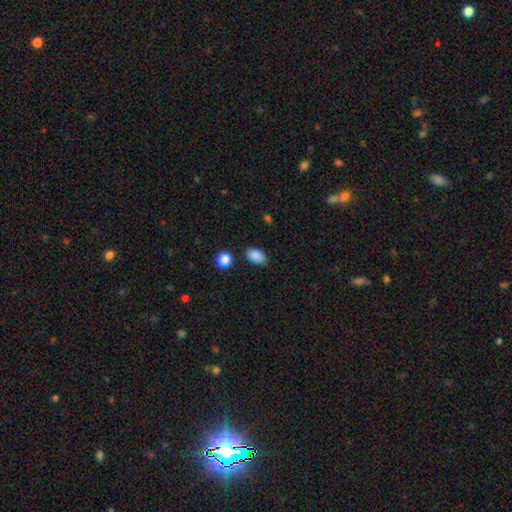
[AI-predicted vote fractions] Smooth or featured?
  - smooth: 87% *
  - star or artifact: 9%
  - featured or disk: 4%
How rounded?
  - in between: 90% *
  - round: 8%
  - cigar-shaped: 2%
Merging?
  - none: 74% *
  - minor disturbance: 19%
  - major disturbance: 3%
  - merger: 3%